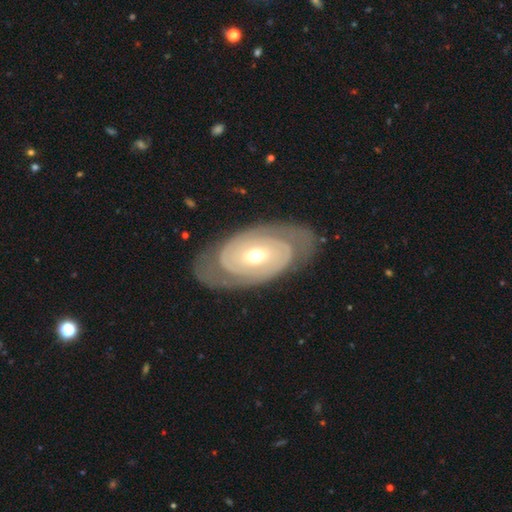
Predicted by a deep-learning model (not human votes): Smooth or featured? Predicted: featured or disk (p=0.88). Edge-on disk? Predicted: no (p=0.95). Bar? Predicted: no (p=0.62). Spiral arms? Predicted: yes (p=0.95). Spiral winding? Predicted: tight (p=0.77). Spiral arm count? Predicted: 2 (p=0.80). Bulge size? Predicted: moderate (p=0.63). Merging? Predicted: none (p=0.82).